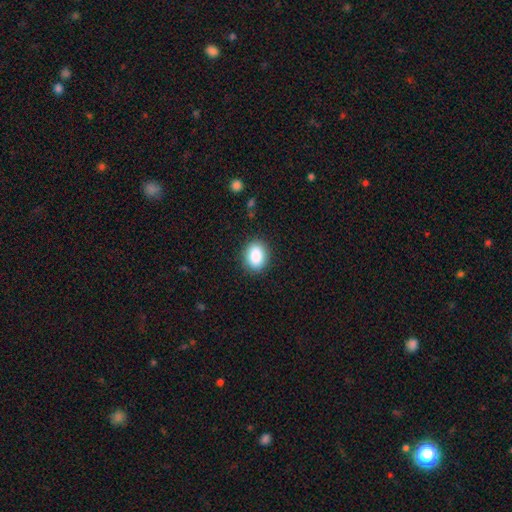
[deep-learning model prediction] This is clearly a smooth galaxy (88%). How rounded: likely in between (62%). Merging: clearly none (88%).